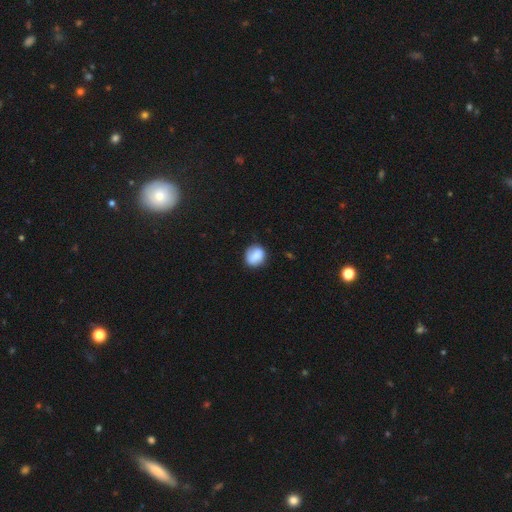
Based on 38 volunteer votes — Volunteers were most divided on "how rounded": round: 81%, in between: 19%, cigar-shaped: 0%. More confident: merging — none (83%); smooth or featured — smooth (82%).